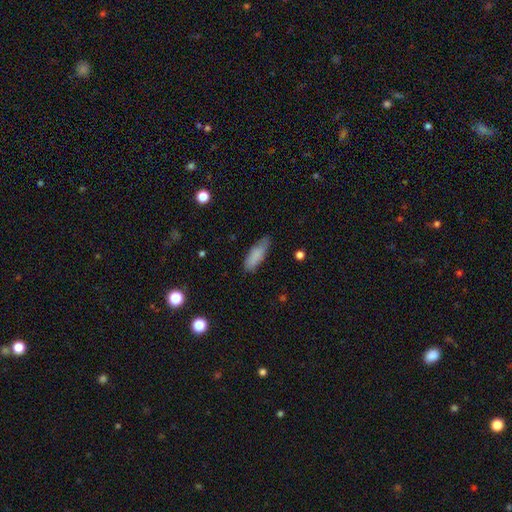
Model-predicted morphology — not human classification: smooth 84%, featured or disk 10%, star or artifact 7%. Down the decision tree: how rounded — in between (56%); merging — none (72%).